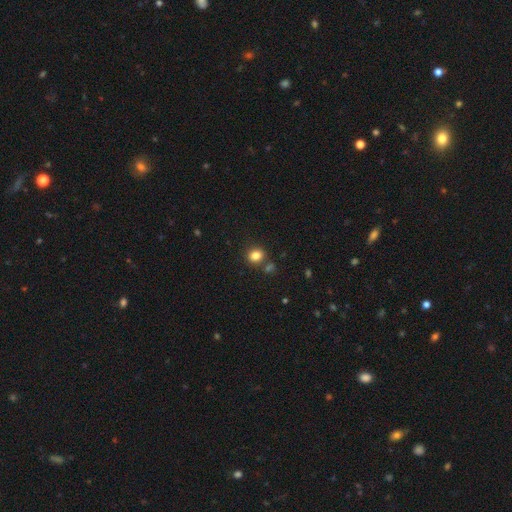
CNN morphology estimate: This appears to be a smooth galaxy with no disk features (82%) that is round (69%). Merging: none (78%).